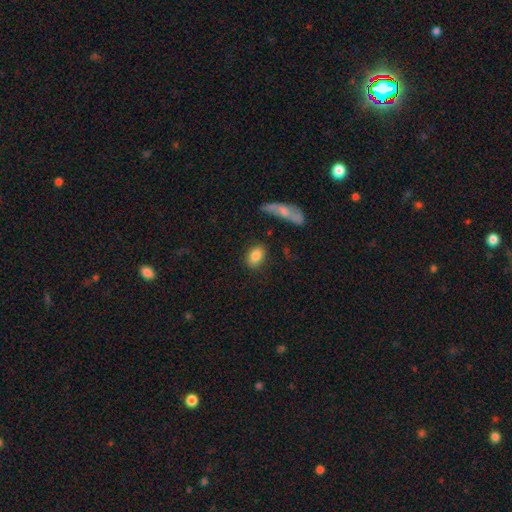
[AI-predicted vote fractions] The model was most divided on "how rounded": in between: 80%, round: 17%, cigar-shaped: 3%. More confident: smooth or featured — smooth (85%); merging — none (80%).